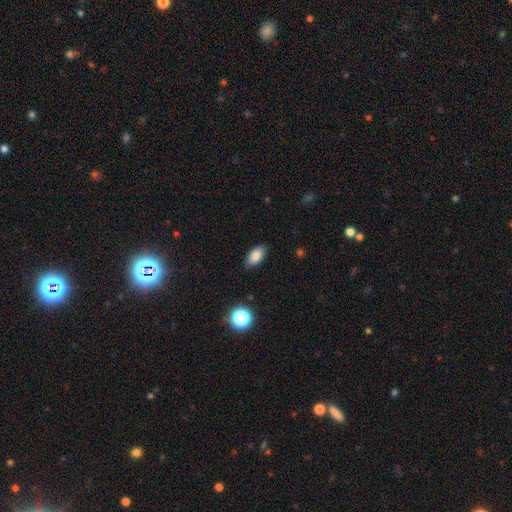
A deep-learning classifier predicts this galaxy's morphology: The model was most divided on "smooth or featured": smooth: 81%, featured or disk: 10%, star or artifact: 9%. More confident: how rounded — in between (91%); merging — none (84%).